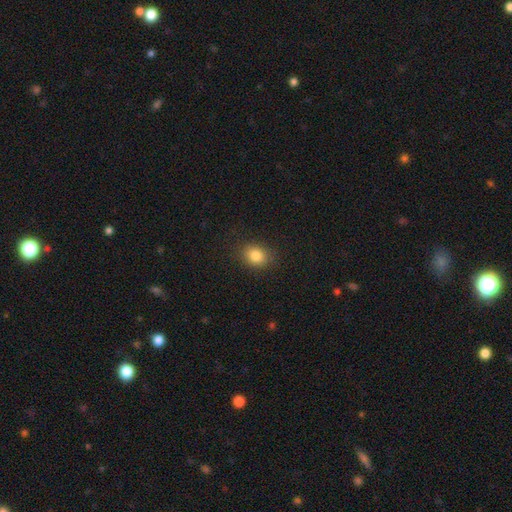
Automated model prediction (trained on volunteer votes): This is clearly a smooth galaxy (83%). How rounded: possibly round (50%). Merging: clearly none (85%).